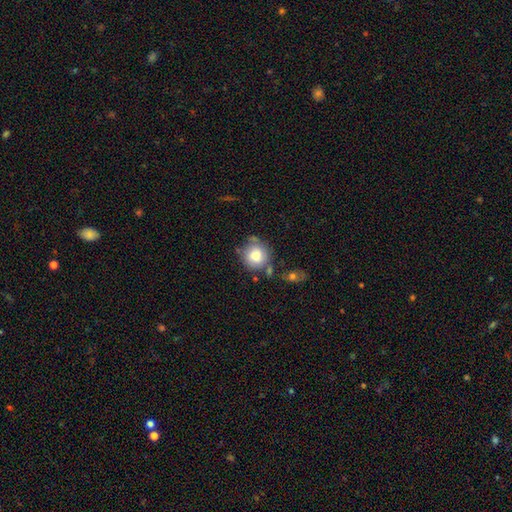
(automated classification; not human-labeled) A smooth galaxy with no disk features (82%) that is round (88%).

Vote fractions:
- Smooth or featured? smooth: 82% / featured or disk: 10% / star or artifact: 8%
- How rounded? round: 88% / in between: 11% / cigar-shaped: 1%
- Merging? none: 63% / minor disturbance: 19% / merger: 12% / major disturbance: 6%